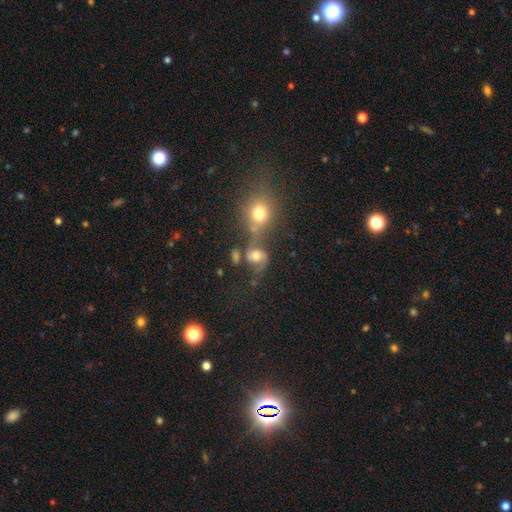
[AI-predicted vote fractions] This appears to be a featured or disk galaxy (47%). Merging: none (40%).